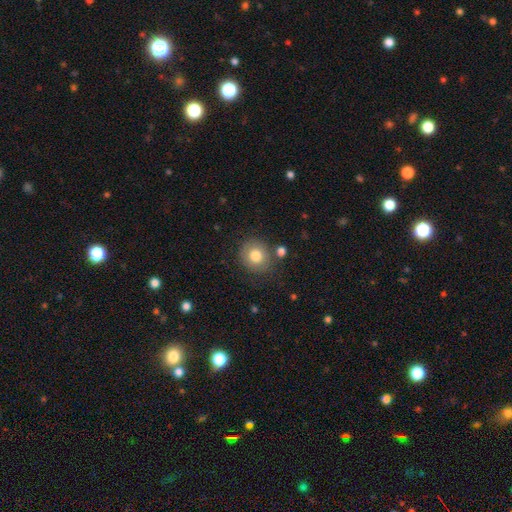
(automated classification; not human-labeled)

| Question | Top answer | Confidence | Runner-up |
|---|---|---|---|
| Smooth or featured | smooth | 78% | featured or disk (13%) |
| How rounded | round | 80% | in between (19%) |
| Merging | none | 77% | minor disturbance (13%) |